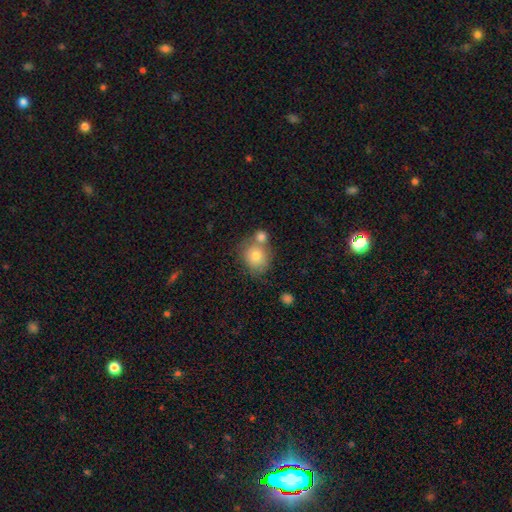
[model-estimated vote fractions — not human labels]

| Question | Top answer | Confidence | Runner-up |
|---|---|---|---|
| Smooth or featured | smooth | 80% | featured or disk (11%) |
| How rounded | round | 77% | in between (22%) |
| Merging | none | 49% | merger (35%) |